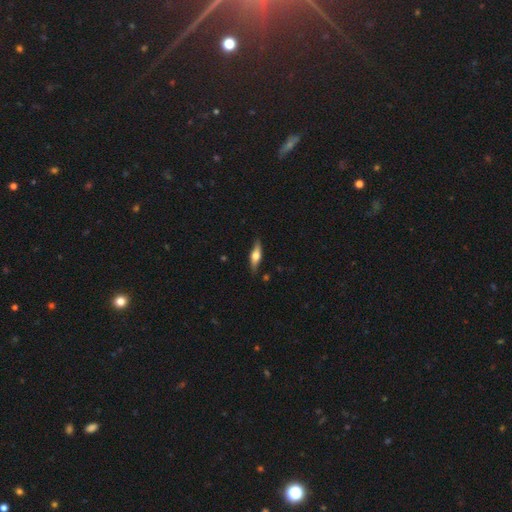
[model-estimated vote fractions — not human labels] Smooth or featured? Predicted: featured or disk (p=0.50). Merging? Predicted: none (p=0.82).